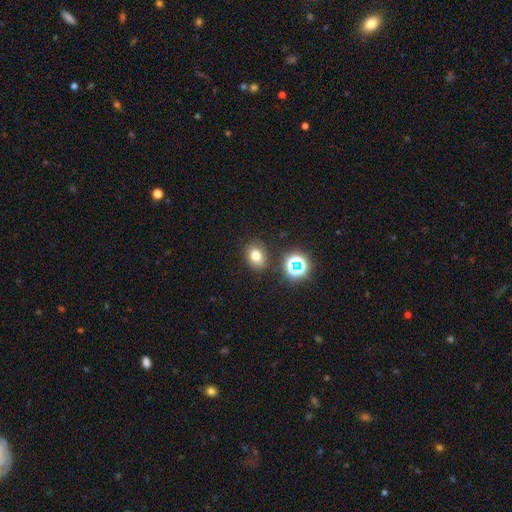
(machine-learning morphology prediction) A smooth galaxy with no disk features (72%) that is in between round and cigar-shaped (57%).

Vote fractions:
- Smooth or featured? smooth: 72% / star or artifact: 19% / featured or disk: 9%
- How rounded? in between: 57% / round: 41% / cigar-shaped: 1%
- Merging? none: 80% / minor disturbance: 11% / merger: 5% / major disturbance: 3%